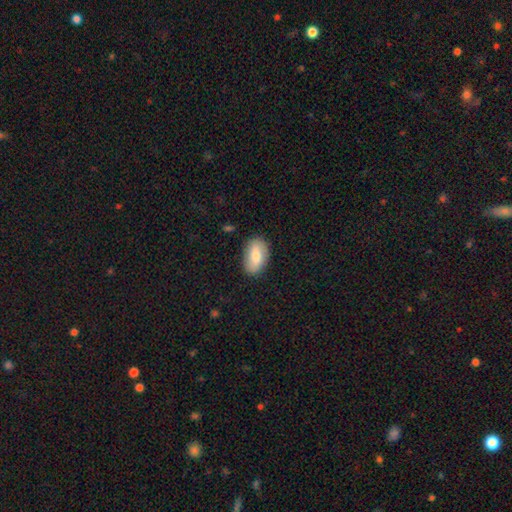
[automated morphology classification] Smooth or featured: smooth — 68% (featured or disk — 25%)
How rounded: in between — 91% (round — 7%)
Merging: none — 83% (minor disturbance — 13%)